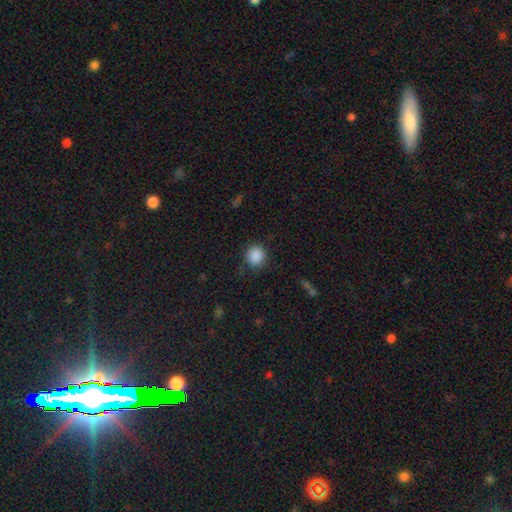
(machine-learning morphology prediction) The model was most divided on "merging": none: 84%, minor disturbance: 11%, major disturbance: 4%, merger: 1%. More confident: how rounded — round (90%); smooth or featured — smooth (88%).